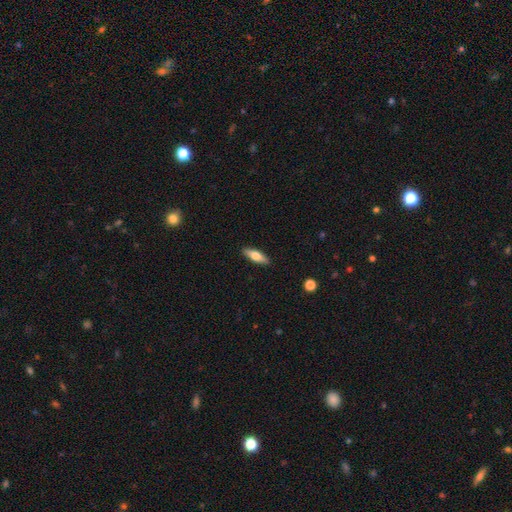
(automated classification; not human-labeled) smooth_or_featured: smooth (p=0.61) [alt: featured or disk p=0.33]
how_rounded: in between (p=0.51) [alt: cigar-shaped p=0.46]
merging: none (p=0.89) [alt: minor disturbance p=0.08]